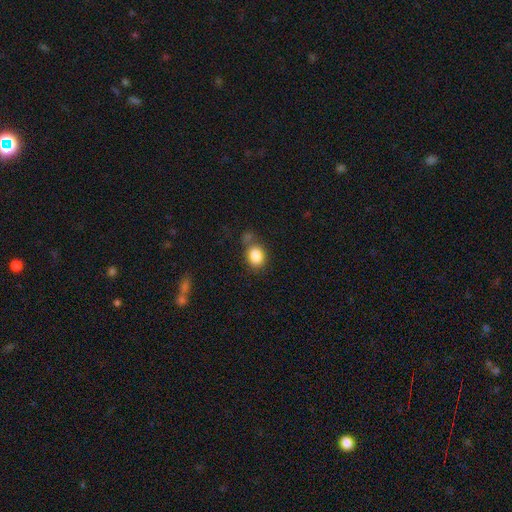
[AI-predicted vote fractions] smooth_or_featured: smooth (p=0.85) [alt: star or artifact p=0.09]
how_rounded: in between (p=0.53) [alt: round p=0.45]
merging: none (p=0.59) [alt: minor disturbance p=0.19]